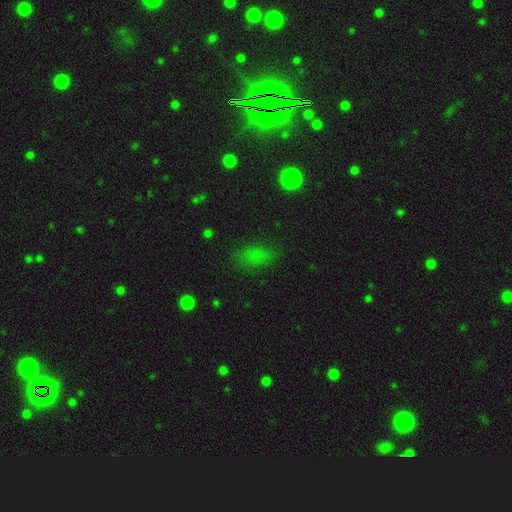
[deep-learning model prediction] smooth_or_featured: smooth (p=0.66) [alt: star or artifact p=0.24]
how_rounded: in between (p=0.80) [alt: round p=0.14]
merging: none (p=0.70) [alt: minor disturbance p=0.18]